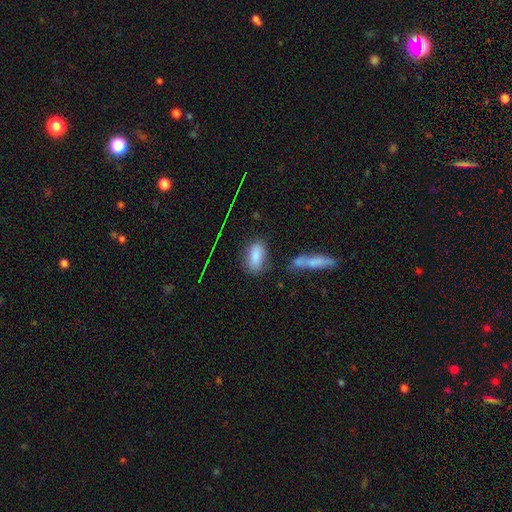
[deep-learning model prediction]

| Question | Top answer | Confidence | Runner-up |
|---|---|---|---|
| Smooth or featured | smooth | 82% | star or artifact (10%) |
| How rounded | in between | 88% | cigar-shaped (6%) |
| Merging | none | 69% | minor disturbance (17%) |